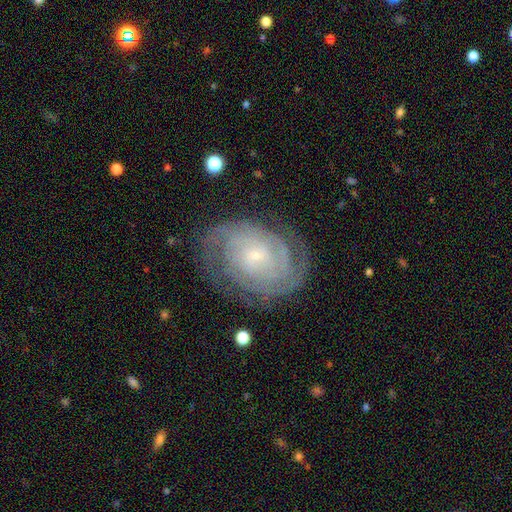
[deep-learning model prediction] A featured or disk galaxy (86%) with no bar (69%), tight (78%) spiral arms (97%) and a small central bulge (85%). Merging: none (78%).